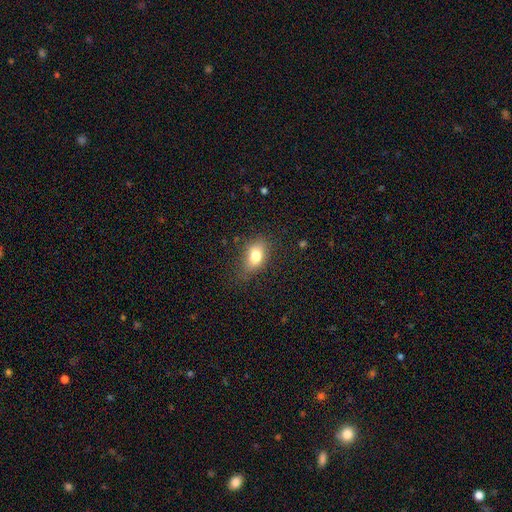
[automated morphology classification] Smooth or featured: smooth — 78% (featured or disk — 13%)
How rounded: in between — 82% (round — 15%)
Merging: none — 72% (minor disturbance — 21%)